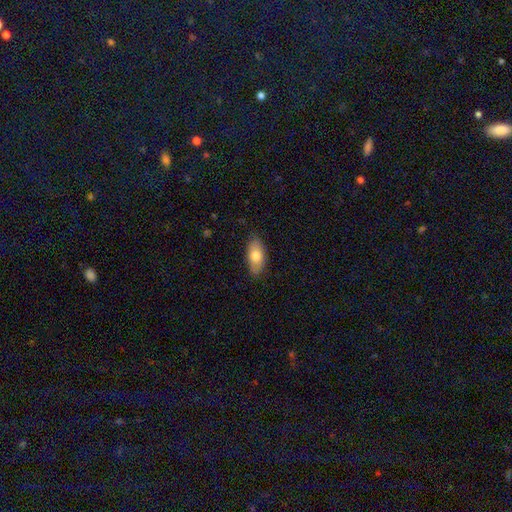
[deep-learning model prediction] smooth_or_featured: smooth (p=0.75) [alt: featured or disk p=0.19]
how_rounded: in between (p=0.90) [alt: cigar-shaped p=0.07]
merging: none (p=0.85) [alt: minor disturbance p=0.12]